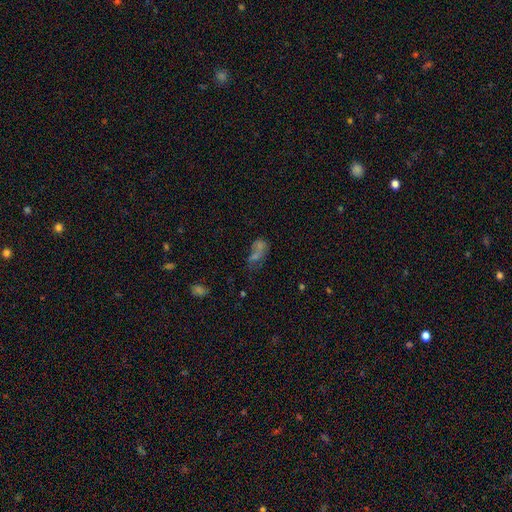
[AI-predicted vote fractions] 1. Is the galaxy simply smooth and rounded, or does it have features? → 45% smooth, 31% star or artifact, 24% featured or disk.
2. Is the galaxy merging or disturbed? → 36% merger, 35% none, 15% major disturbance, 14% minor disturbance.